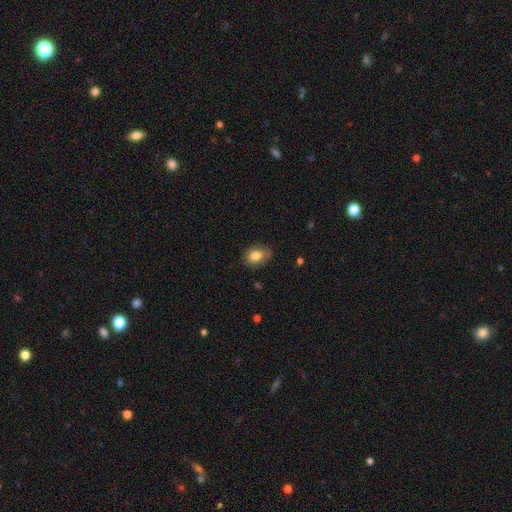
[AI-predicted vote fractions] smooth 83%, featured or disk 9%, star or artifact 8%. Down the decision tree: how rounded — in between (68%); merging — none (75%).